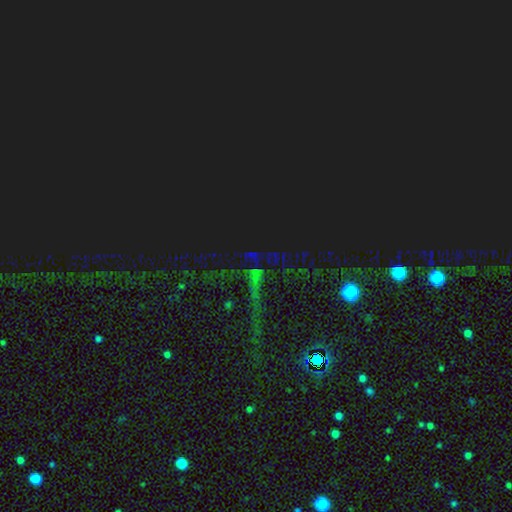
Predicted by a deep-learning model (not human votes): A star or artifact, not a galaxy (80%).

Vote fractions:
- Smooth or featured? star or artifact: 80% / smooth: 11% / featured or disk: 9%